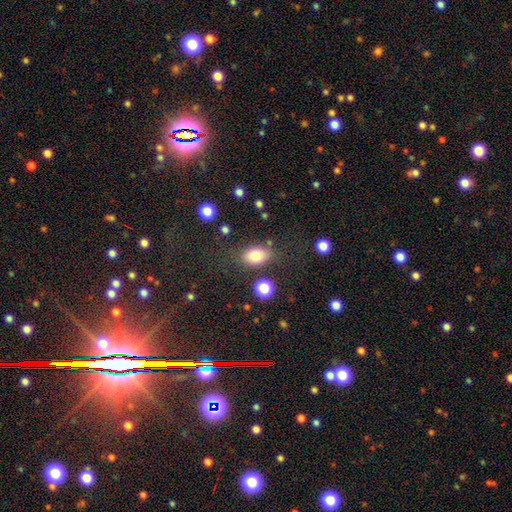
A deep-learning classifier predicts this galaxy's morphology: A smooth galaxy with no disk features (80%) that is in between round and cigar-shaped (78%). Merging: none (75%).